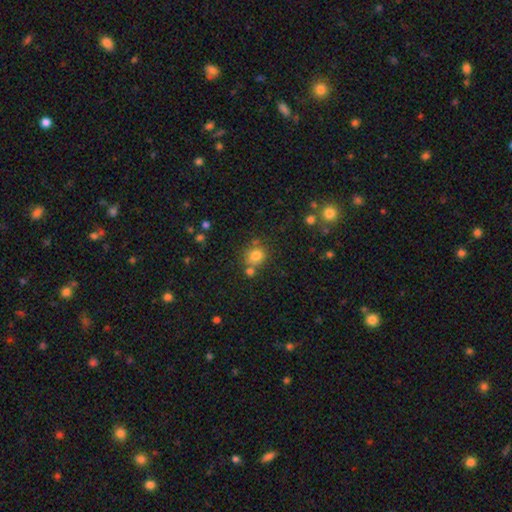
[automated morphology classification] Smooth or featured? smooth (77%)
How rounded? round (73%)
Merging? none (58%)